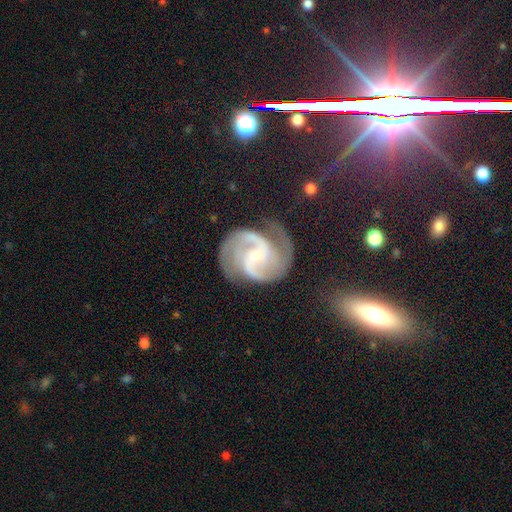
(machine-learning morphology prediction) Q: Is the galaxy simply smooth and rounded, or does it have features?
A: featured or disk — 91%.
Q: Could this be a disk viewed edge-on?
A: no — 98%.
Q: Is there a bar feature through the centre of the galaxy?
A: weak — 47%.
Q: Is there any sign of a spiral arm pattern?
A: yes — 98%.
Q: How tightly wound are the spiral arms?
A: medium — 59%.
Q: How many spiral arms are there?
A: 2 — 85%.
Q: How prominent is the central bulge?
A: small — 67%.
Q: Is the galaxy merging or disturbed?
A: none — 68%.